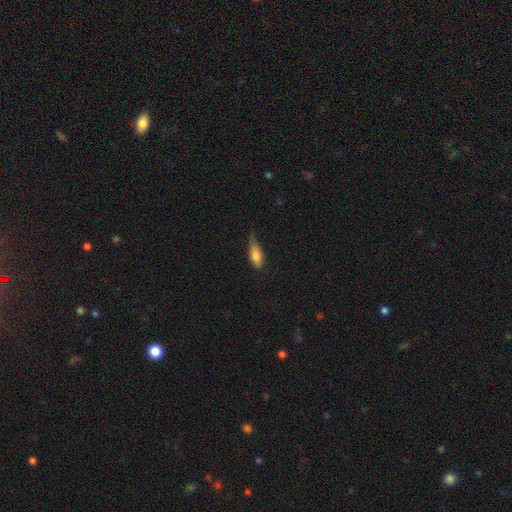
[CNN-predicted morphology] smooth 81%, featured or disk 11%, star or artifact 7%. Down the decision tree: how rounded — in between (82%); merging — minor disturbance (46%).